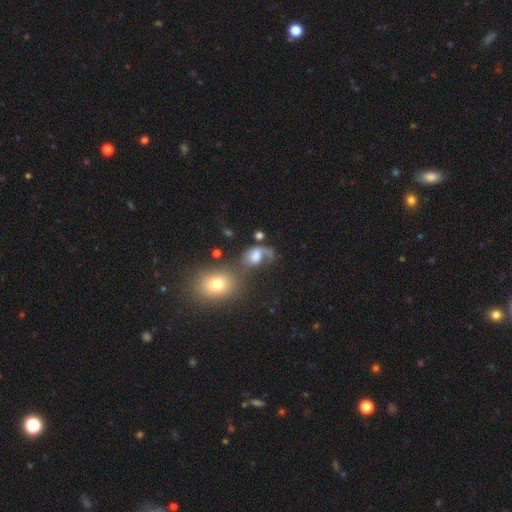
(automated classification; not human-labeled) Smooth or featured?
  - smooth: 47% *
  - featured or disk: 40%
  - star or artifact: 13%
Merging?
  - major disturbance: 33% *
  - merger: 30%
  - none: 22%
  - minor disturbance: 14%